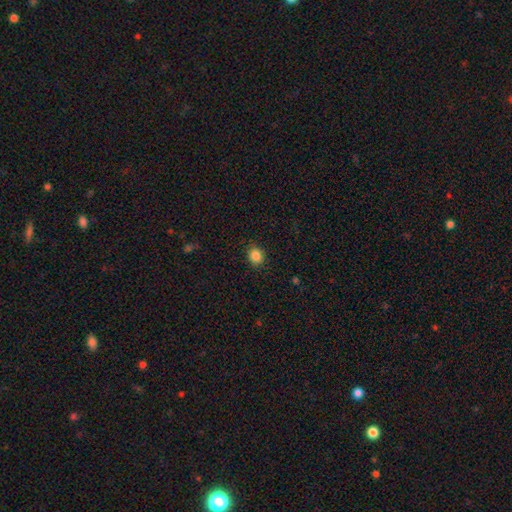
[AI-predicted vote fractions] smooth_or_featured: smooth (p=0.85) [alt: star or artifact p=0.11]
how_rounded: round (p=0.75) [alt: in between p=0.24]
merging: none (p=0.89) [alt: minor disturbance p=0.08]